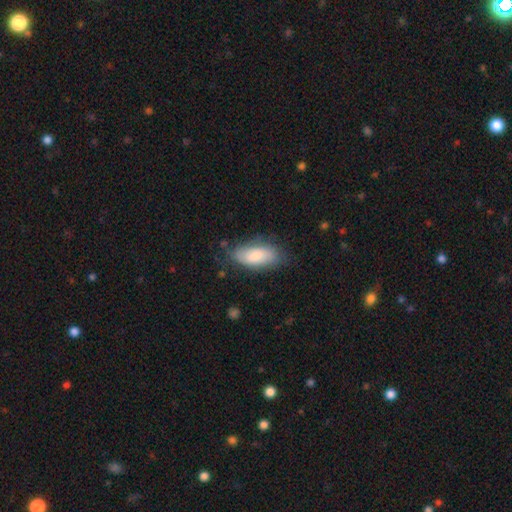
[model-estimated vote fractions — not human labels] smooth_or_featured: smooth (p=0.80) [alt: featured or disk p=0.13]
how_rounded: in between (p=0.87) [alt: cigar-shaped p=0.11]
merging: none (p=0.70) [alt: minor disturbance p=0.22]